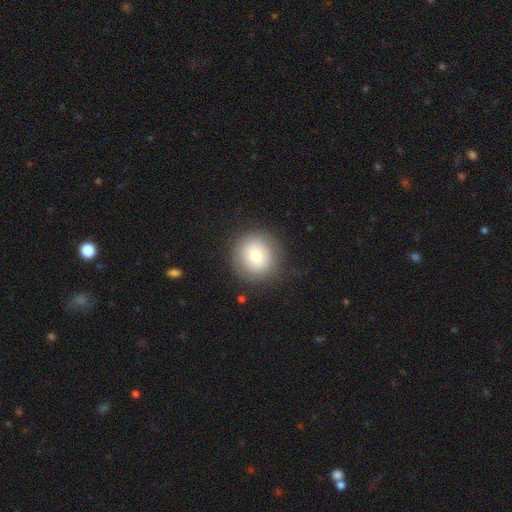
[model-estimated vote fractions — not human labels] Q: Smooth or featured?
A: smooth (67%); runner-up: featured or disk (23%)
Q: How rounded?
A: round (92%); runner-up: in between (7%)
Q: Merging?
A: none (85%); runner-up: minor disturbance (10%)